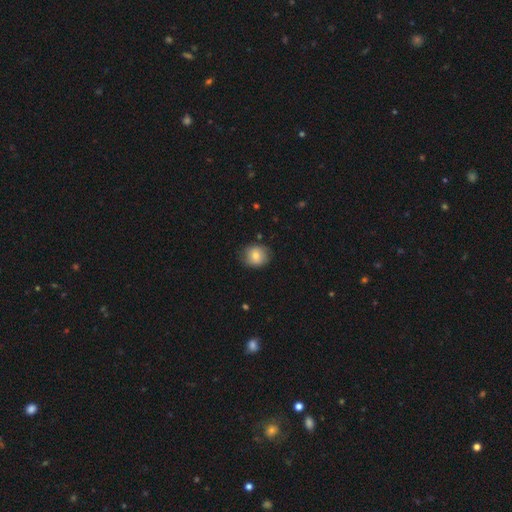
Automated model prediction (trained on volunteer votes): smooth 75%, featured or disk 16%, star or artifact 9%. Down the decision tree: how rounded — round (75%); merging — none (77%).